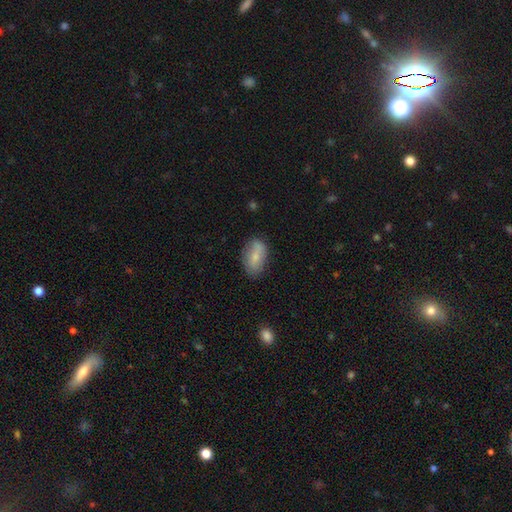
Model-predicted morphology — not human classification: A smooth galaxy with no disk features (71%) that is in between round and cigar-shaped (91%). Merging: none (76%).